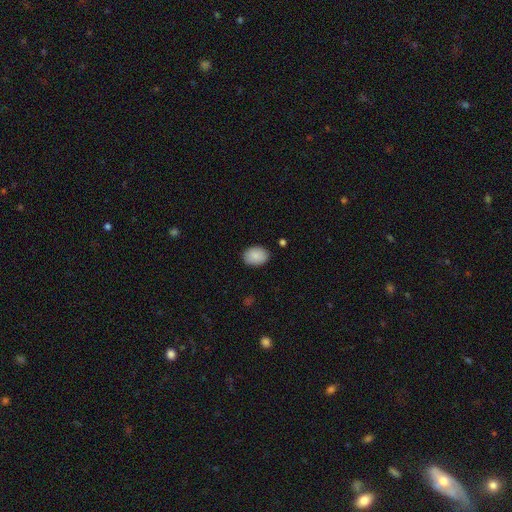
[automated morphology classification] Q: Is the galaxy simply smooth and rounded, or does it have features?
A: smooth — 88%.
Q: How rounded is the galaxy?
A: in between — 77%.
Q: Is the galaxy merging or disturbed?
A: none — 87%.